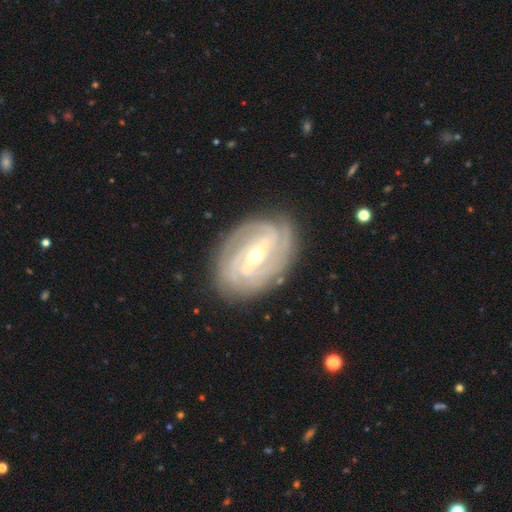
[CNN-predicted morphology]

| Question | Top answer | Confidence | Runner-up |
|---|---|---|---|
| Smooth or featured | featured or disk | 90% | smooth (5%) |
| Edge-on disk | no | 96% | yes (4%) |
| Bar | strong | 44% | weak (39%) |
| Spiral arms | yes | 97% | no (3%) |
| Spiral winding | tight | 71% | medium (24%) |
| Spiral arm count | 3 | 29% | 4 (24%) |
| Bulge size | small | 55% | moderate (42%) |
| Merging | none | 82% | minor disturbance (13%) |